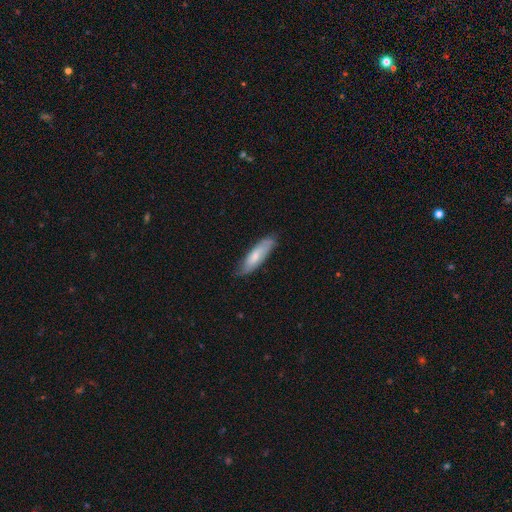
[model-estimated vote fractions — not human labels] Smooth or featured? smooth (57%)
How rounded? cigar-shaped (58%)
Merging? none (73%)